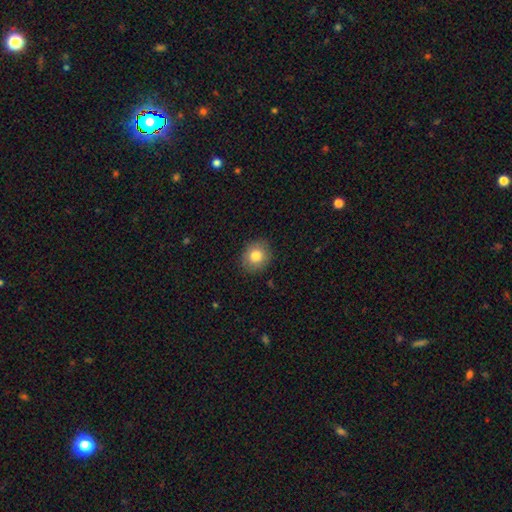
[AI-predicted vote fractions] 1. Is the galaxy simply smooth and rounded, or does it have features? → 82% smooth, 9% star or artifact, 9% featured or disk.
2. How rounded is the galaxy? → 72% round, 27% in between, 1% cigar-shaped.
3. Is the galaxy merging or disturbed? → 87% none, 9% minor disturbance, 2% major disturbance, 1% merger.